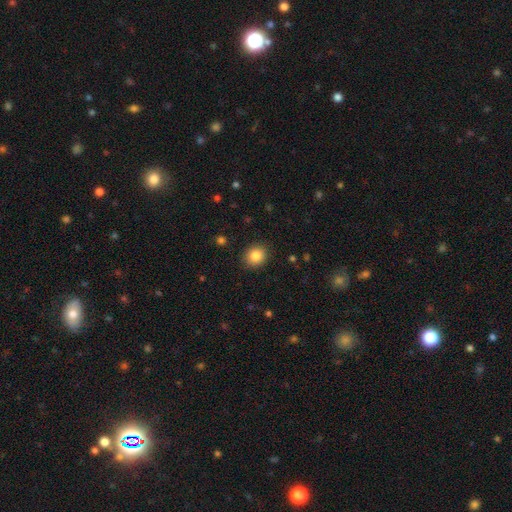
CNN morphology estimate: Overall: smooth (85%). How rounded: round (73%). Merging: none (90%).